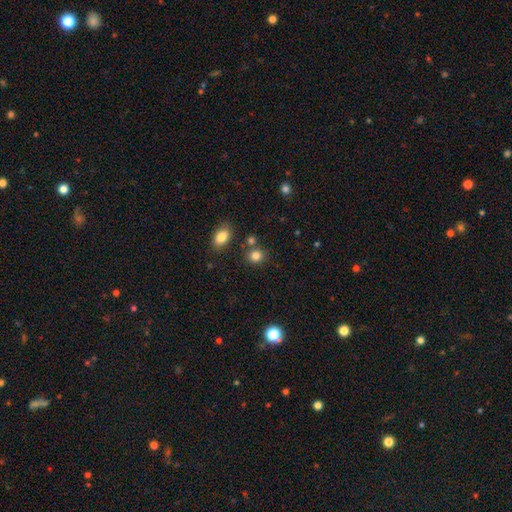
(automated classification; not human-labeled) smooth-or-featured: smooth: 83% | star or artifact: 12% | featured or disk: 6%
  how-rounded: round: 78% | in between: 21% | cigar-shaped: 1%
  merging: none: 76% | merger: 11% | minor disturbance: 10% | major disturbance: 3%